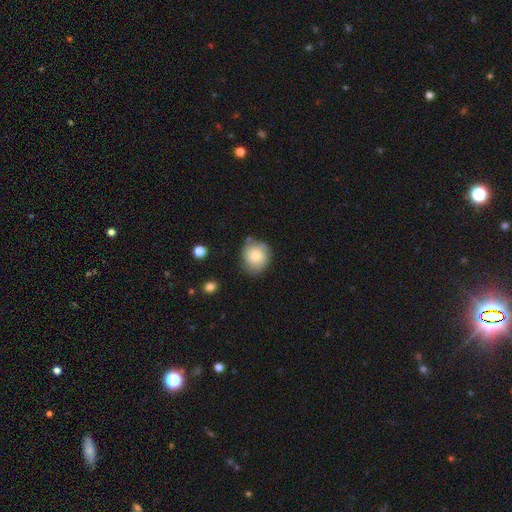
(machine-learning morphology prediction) smooth-or-featured: smooth: 78% | featured or disk: 15% | star or artifact: 8%
  how-rounded: round: 81% | in between: 18% | cigar-shaped: 1%
  merging: none: 70% | minor disturbance: 21% | major disturbance: 5% | merger: 4%